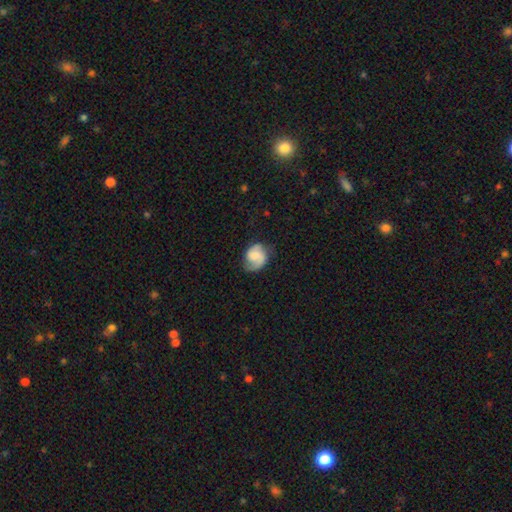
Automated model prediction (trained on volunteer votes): Q: Smooth or featured?
A: featured or disk (51%); runner-up: smooth (41%)
Q: Edge-on disk?
A: no (98%); runner-up: yes (2%)
Q: Merging?
A: none (60%); runner-up: minor disturbance (26%)